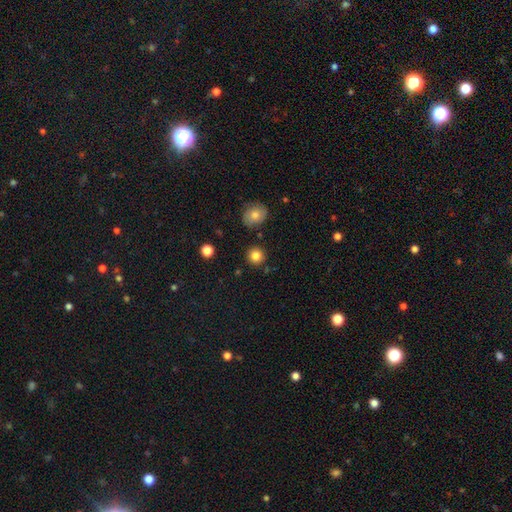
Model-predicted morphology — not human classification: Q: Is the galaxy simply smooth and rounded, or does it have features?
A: smooth — 83%.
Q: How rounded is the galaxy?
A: round — 93%.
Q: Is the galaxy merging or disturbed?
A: none — 87%.